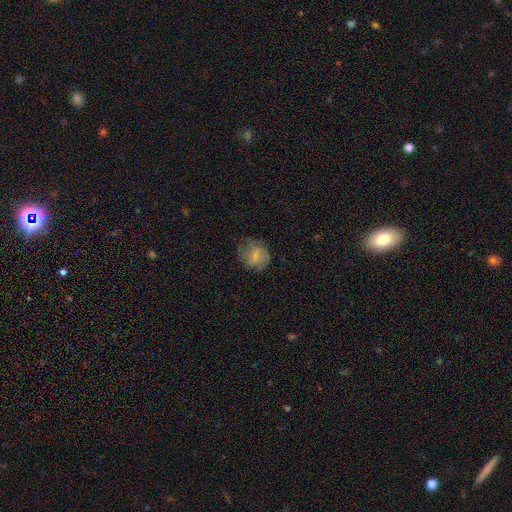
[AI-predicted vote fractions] This is possibly a smooth galaxy (59%). How rounded: likely round (68%). Merging: possibly none (58%).